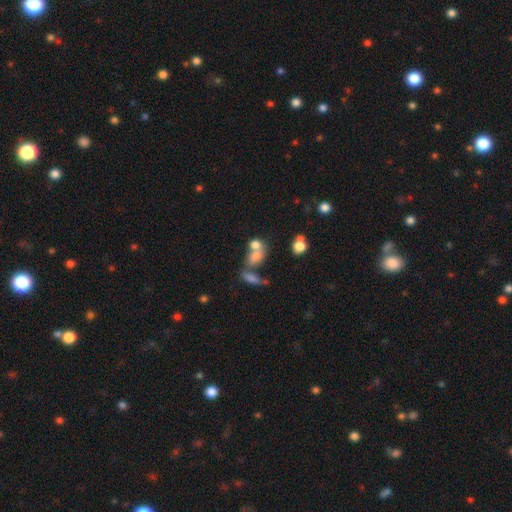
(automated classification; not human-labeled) Smooth or featured? Predicted: smooth (p=0.71). How rounded? Predicted: in between (p=0.65). Merging? Predicted: merger (p=0.54).